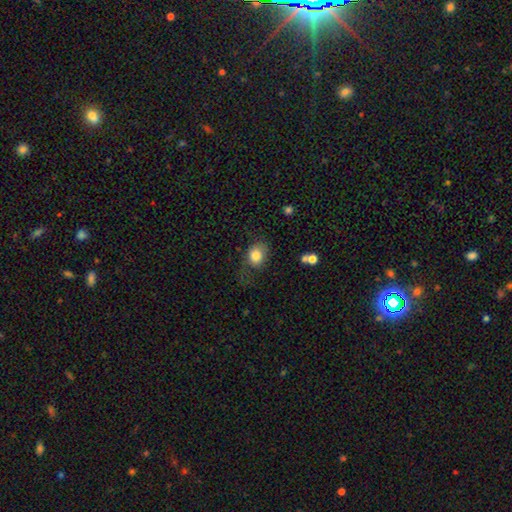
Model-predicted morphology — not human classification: smooth-or-featured: smooth: 82% | star or artifact: 9% | featured or disk: 9%
  how-rounded: round: 55% | in between: 44% | cigar-shaped: 1%
  merging: none: 56% | minor disturbance: 25% | major disturbance: 17% | merger: 2%